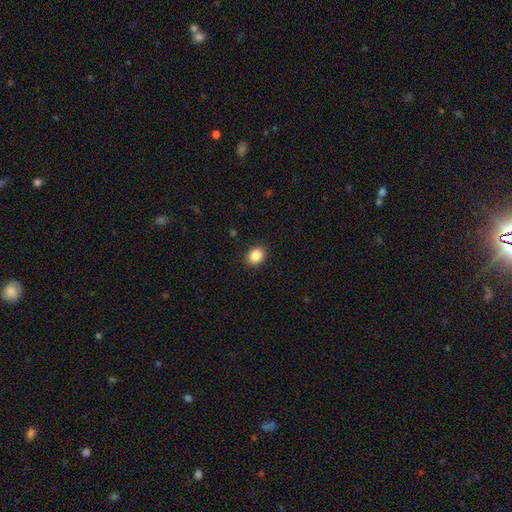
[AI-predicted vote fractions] Q: Smooth or featured?
A: smooth (87%); runner-up: star or artifact (9%)
Q: How rounded?
A: in between (52%); runner-up: round (47%)
Q: Merging?
A: none (90%); runner-up: minor disturbance (7%)